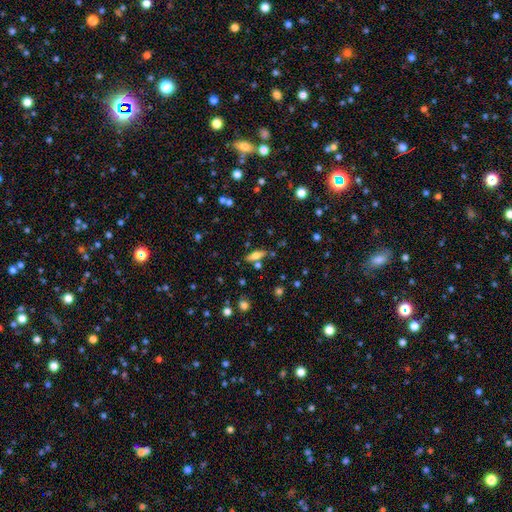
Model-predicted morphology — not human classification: smooth-or-featured: smooth: 61% | featured or disk: 28% | star or artifact: 10%
  how-rounded: in between: 53% | cigar-shaped: 44% | round: 3%
  merging: none: 72% | minor disturbance: 13% | merger: 11% | major disturbance: 4%